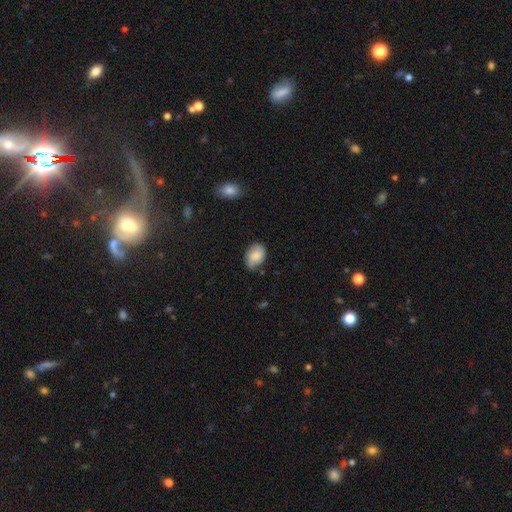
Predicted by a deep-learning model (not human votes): The model was most divided on "merging": none: 62%, minor disturbance: 30%, major disturbance: 6%, merger: 2%. More confident: smooth or featured — smooth (79%); how rounded — in between (76%).